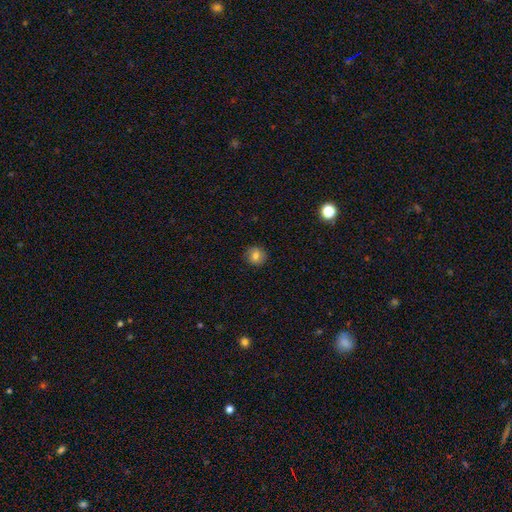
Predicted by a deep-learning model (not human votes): This is likely a smooth galaxy (76%). How rounded: clearly round (87%). Merging: clearly none (87%).